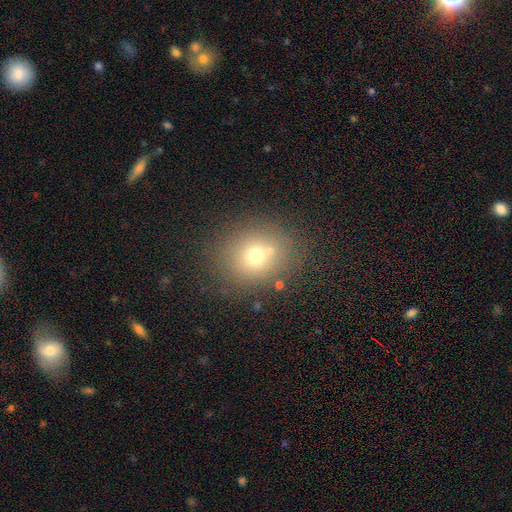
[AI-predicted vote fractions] smooth 67%, star or artifact 18%, featured or disk 15%. Down the decision tree: how rounded — round (76%); merging — none (73%).